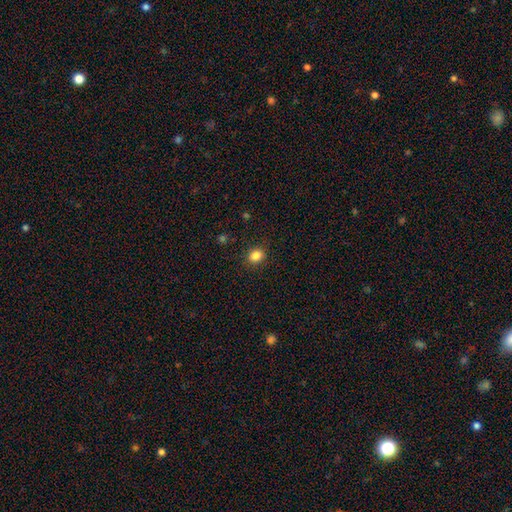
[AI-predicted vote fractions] Smooth or featured?
  - smooth: 84% *
  - star or artifact: 11%
  - featured or disk: 4%
How rounded?
  - round: 53% *
  - in between: 46%
  - cigar-shaped: 1%
Merging?
  - none: 89% *
  - minor disturbance: 8%
  - major disturbance: 2%
  - merger: 1%